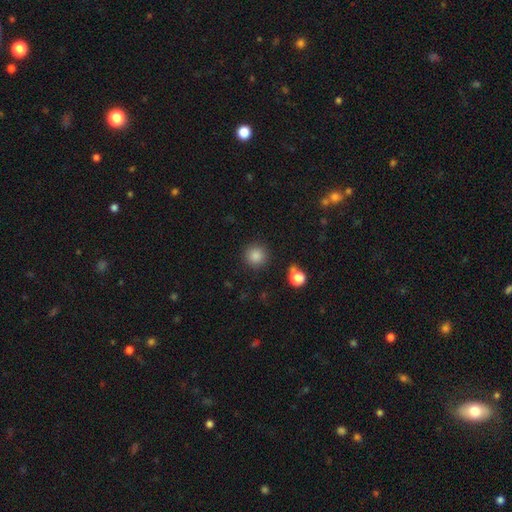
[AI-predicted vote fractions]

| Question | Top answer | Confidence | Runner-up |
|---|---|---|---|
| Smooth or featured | smooth | 85% | star or artifact (11%) |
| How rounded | round | 94% | in between (5%) |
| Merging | none | 88% | minor disturbance (7%) |